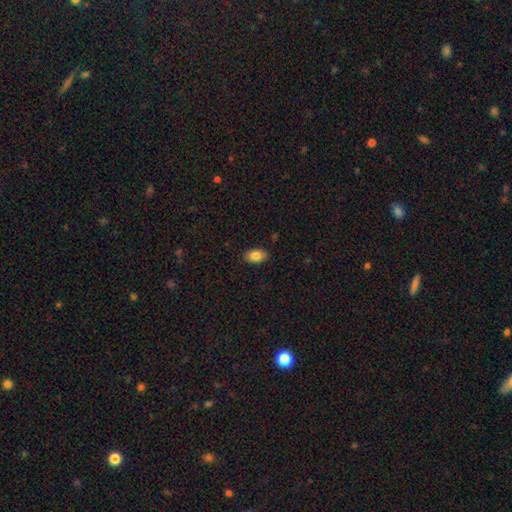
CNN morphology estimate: smooth 84%, featured or disk 9%, star or artifact 7%. Down the decision tree: how rounded — in between (90%); merging — none (87%).